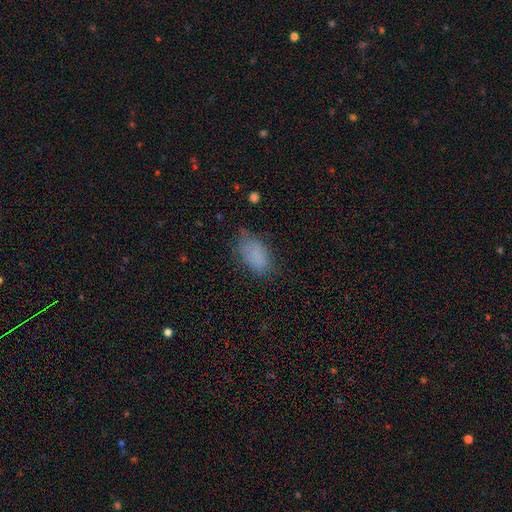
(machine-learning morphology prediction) Smooth or featured? smooth (83%)
How rounded? in between (92%)
Merging? none (65%)